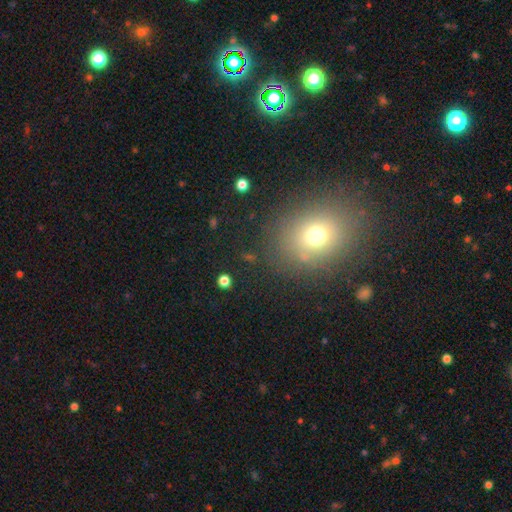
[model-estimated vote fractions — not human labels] A smooth galaxy with no disk features (60%) that is round (56%).

Vote fractions:
- Smooth or featured? smooth: 60% / star or artifact: 30% / featured or disk: 10%
- How rounded? round: 56% / in between: 43% / cigar-shaped: 1%
- Merging? none: 87% / minor disturbance: 8% / major disturbance: 3% / merger: 2%